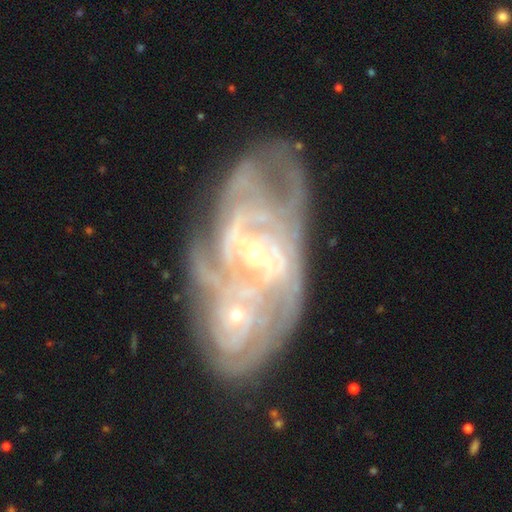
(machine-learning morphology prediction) The model was most divided on "bar": no: 48%, weak: 37%, strong: 16%. Remaining: edge-on disk — no (96%); spiral arms — yes (91%); smooth or featured — featured or disk (86%); merging — merger (74%); bulge size — small (68%); spiral winding — tight (61%); spiral arm count — can't tell (43%).